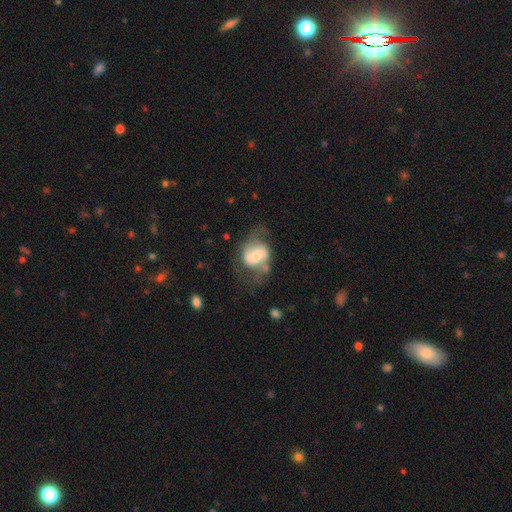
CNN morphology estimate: type=featured or disk (65%); edge-on=no (97%); bar=weak (43%); spiral arms=yes (84%); winding=medium (44%); arm count=2 (84%); bulge=moderate (30%); merging=none (45%).